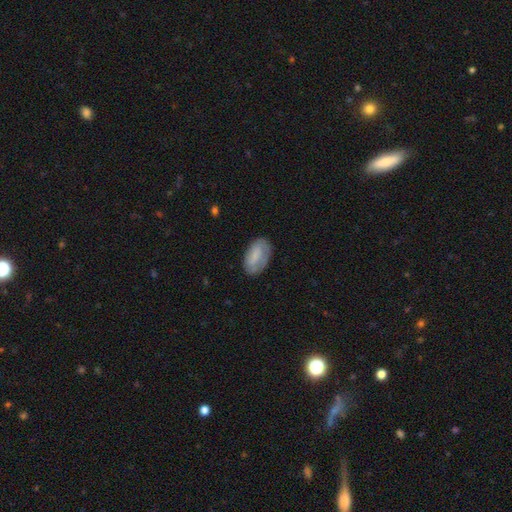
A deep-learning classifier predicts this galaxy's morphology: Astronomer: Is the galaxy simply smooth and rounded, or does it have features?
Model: smooth — 70%.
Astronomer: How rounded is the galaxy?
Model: in between — 93%.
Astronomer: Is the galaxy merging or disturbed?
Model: none — 72%.